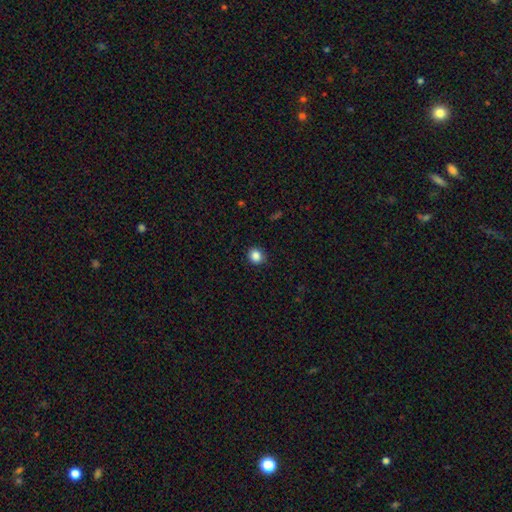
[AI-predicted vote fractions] Overall: smooth (86%). How rounded: round (76%). Merging: none (89%).